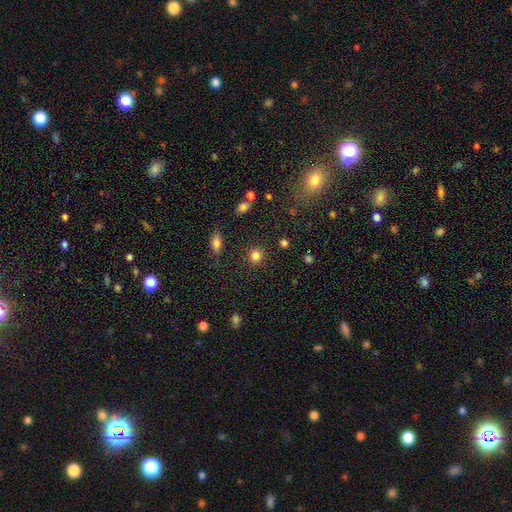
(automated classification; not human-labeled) This is clearly a smooth galaxy (84%). How rounded: clearly round (85%). Merging: clearly none (88%).